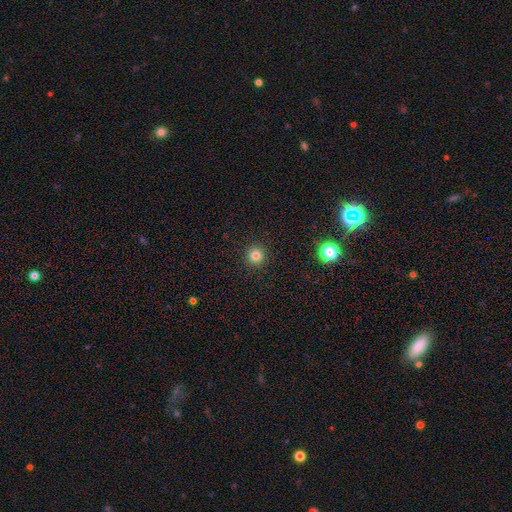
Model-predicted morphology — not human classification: This is clearly a smooth galaxy (81%). How rounded: clearly round (95%). Merging: clearly none (93%).